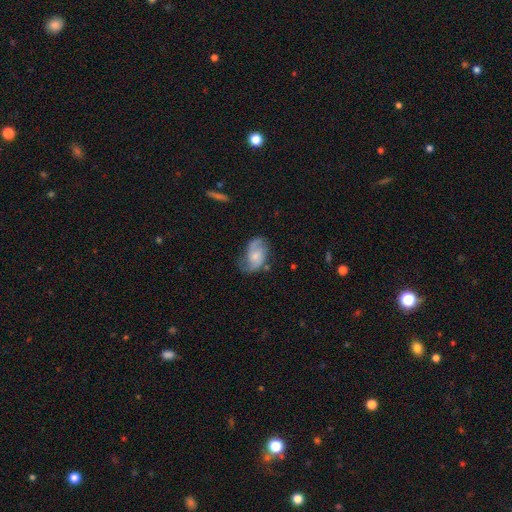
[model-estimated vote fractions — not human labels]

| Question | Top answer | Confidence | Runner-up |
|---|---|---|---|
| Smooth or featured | featured or disk | 60% | smooth (33%) |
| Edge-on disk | no | 97% | yes (3%) |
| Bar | no | 62% | weak (32%) |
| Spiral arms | yes | 87% | no (13%) |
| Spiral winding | medium | 42% | loose (40%) |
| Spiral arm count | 2 | 80% | can't tell (10%) |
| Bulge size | small | 49% | moderate (34%) |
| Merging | none | 55% | minor disturbance (28%) |